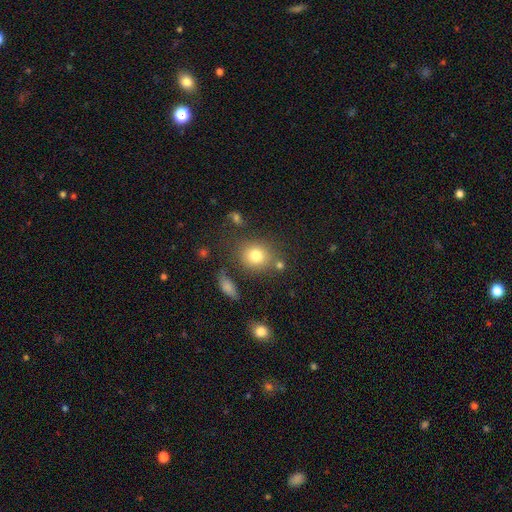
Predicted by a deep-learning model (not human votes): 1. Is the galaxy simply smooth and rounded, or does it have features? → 79% smooth, 12% star or artifact, 10% featured or disk.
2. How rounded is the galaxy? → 72% round, 27% in between, 1% cigar-shaped.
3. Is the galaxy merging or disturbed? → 73% none, 13% minor disturbance, 8% merger, 5% major disturbance.